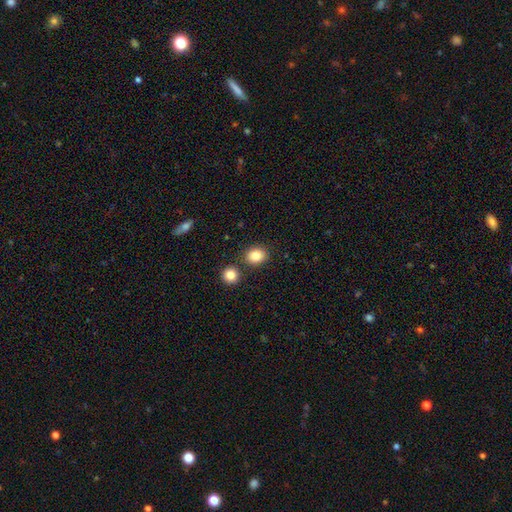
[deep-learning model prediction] smooth_or_featured: smooth (p=0.85) [alt: star or artifact p=0.10]
how_rounded: round (p=0.63) [alt: in between p=0.36]
merging: none (p=0.80) [alt: merger p=0.09]